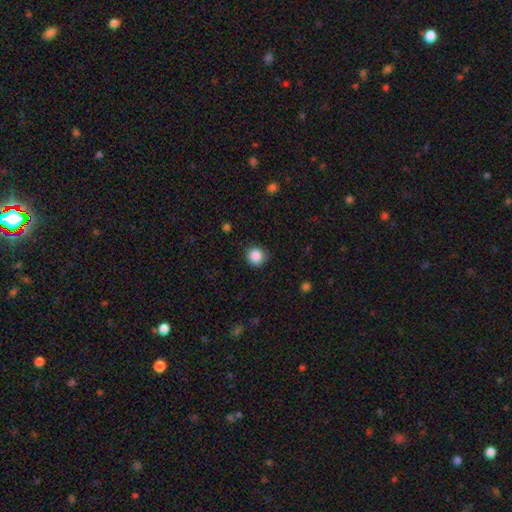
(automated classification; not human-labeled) smooth-or-featured: smooth: 87% | star or artifact: 10% | featured or disk: 4%
  how-rounded: round: 90% | in between: 9% | cigar-shaped: 1%
  merging: none: 85% | minor disturbance: 11% | major disturbance: 3% | merger: 1%